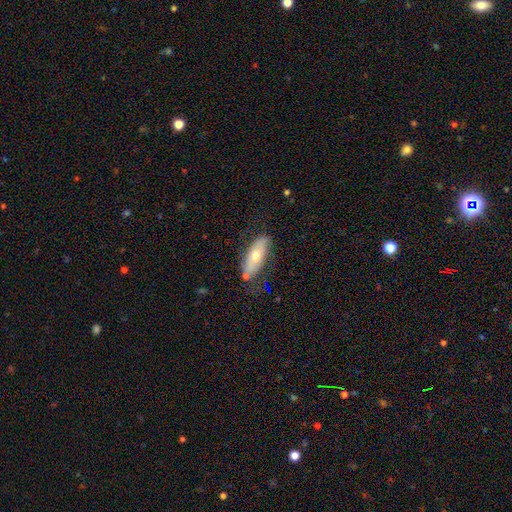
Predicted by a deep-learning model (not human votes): smooth-or-featured: smooth: 57% | featured or disk: 37% | star or artifact: 7%
  how-rounded: in between: 74% | cigar-shaped: 23% | round: 3%
  merging: none: 70% | minor disturbance: 19% | merger: 6% | major disturbance: 5%